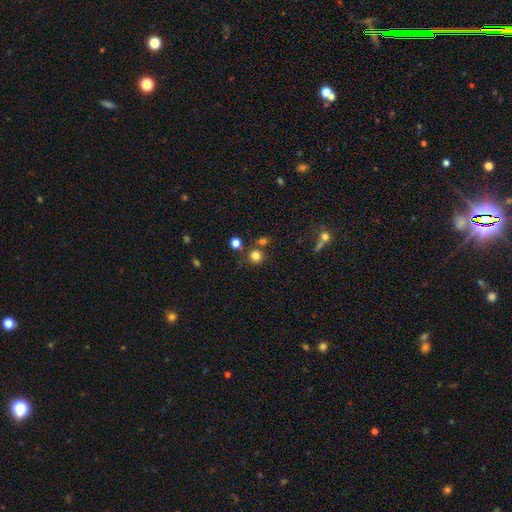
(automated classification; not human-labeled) smooth 78%, star or artifact 15%, featured or disk 6%. Down the decision tree: how rounded — round (91%); merging — none (74%).